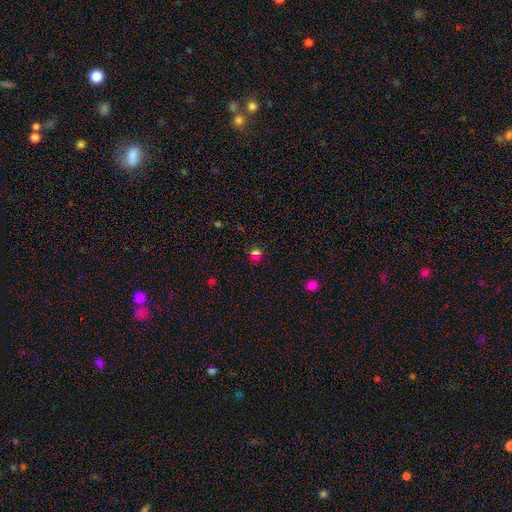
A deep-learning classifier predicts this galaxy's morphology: smooth-or-featured: smooth: 61% | star or artifact: 31% | featured or disk: 8%
  how-rounded: round: 79% | in between: 20% | cigar-shaped: 2%
  merging: none: 79% | minor disturbance: 11% | merger: 6% | major disturbance: 4%